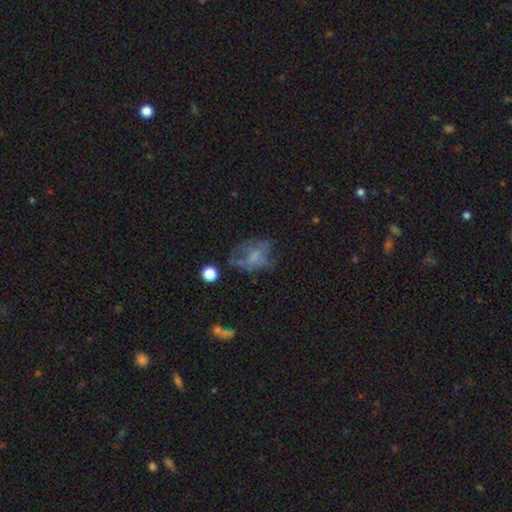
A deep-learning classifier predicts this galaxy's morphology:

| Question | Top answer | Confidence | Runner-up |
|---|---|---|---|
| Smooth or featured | smooth | 43% | featured or disk (42%) |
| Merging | none | 38% | major disturbance (34%) |